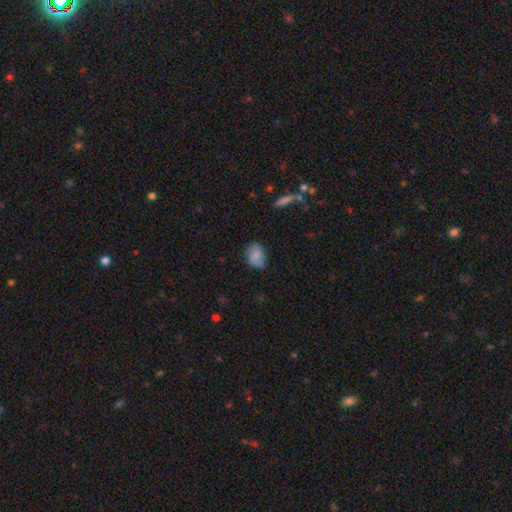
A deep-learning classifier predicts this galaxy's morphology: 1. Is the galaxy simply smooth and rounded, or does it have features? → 79% smooth, 13% featured or disk, 8% star or artifact.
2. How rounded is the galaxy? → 77% in between, 22% round, 1% cigar-shaped.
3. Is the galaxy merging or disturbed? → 68% none, 25% minor disturbance, 5% major disturbance, 2% merger.